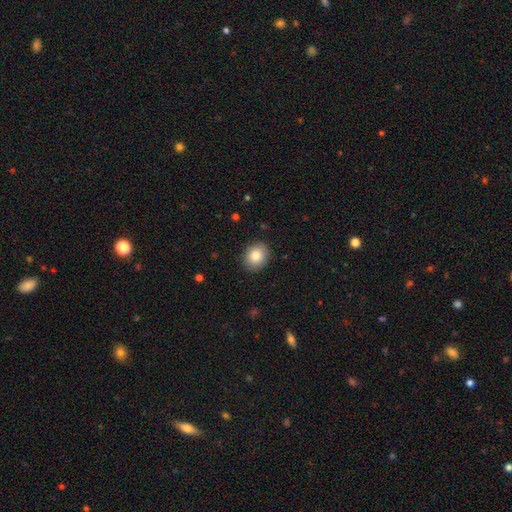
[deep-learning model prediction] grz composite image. It shows a smooth galaxy with no disk features (83%) that is round (52%). Merging: none (88%).